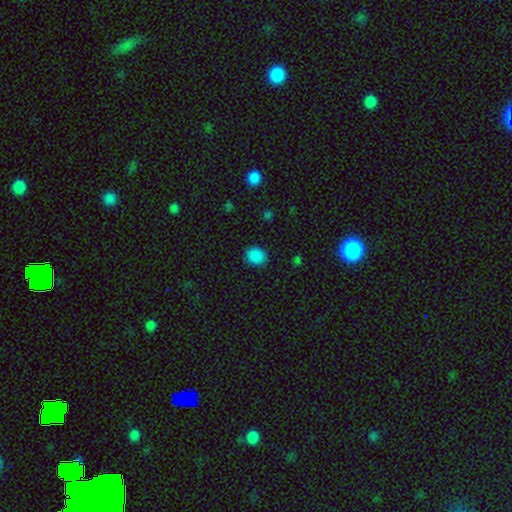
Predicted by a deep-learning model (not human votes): Smooth or featured?
  - smooth: 87% *
  - star or artifact: 10%
  - featured or disk: 3%
How rounded?
  - round: 67% *
  - in between: 32%
  - cigar-shaped: 1%
Merging?
  - none: 88% *
  - minor disturbance: 9%
  - major disturbance: 2%
  - merger: 1%